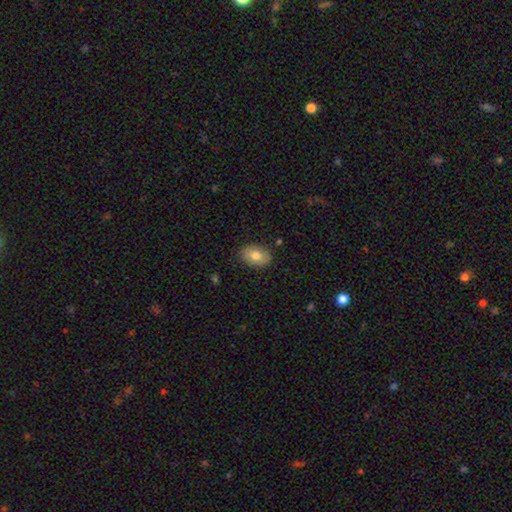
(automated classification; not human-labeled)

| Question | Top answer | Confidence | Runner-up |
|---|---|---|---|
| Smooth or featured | smooth | 77% | featured or disk (15%) |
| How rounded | in between | 80% | round (19%) |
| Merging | none | 86% | minor disturbance (11%) |